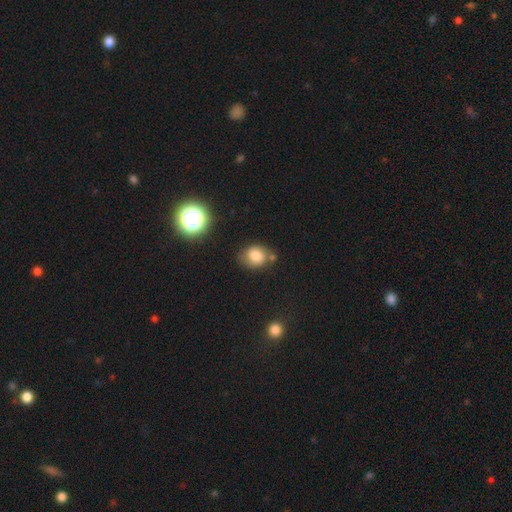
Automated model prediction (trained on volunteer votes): The model was most divided on "how rounded": round: 56%, in between: 43%, cigar-shaped: 1%. More confident: smooth or featured — smooth (74%); merging — none (64%).